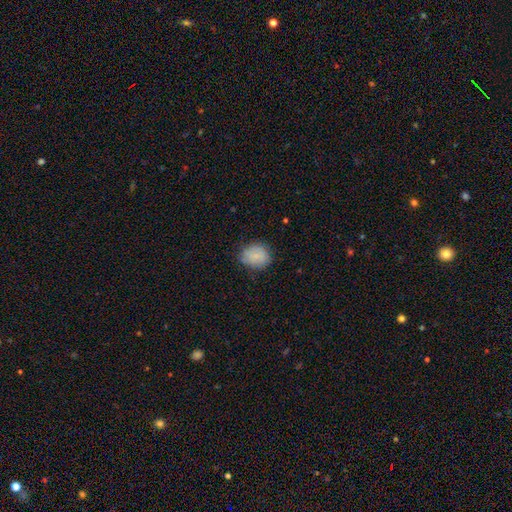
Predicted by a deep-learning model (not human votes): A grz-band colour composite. It shows a smooth galaxy with no disk features (79%) that is round (64%). Merging: none (70%).